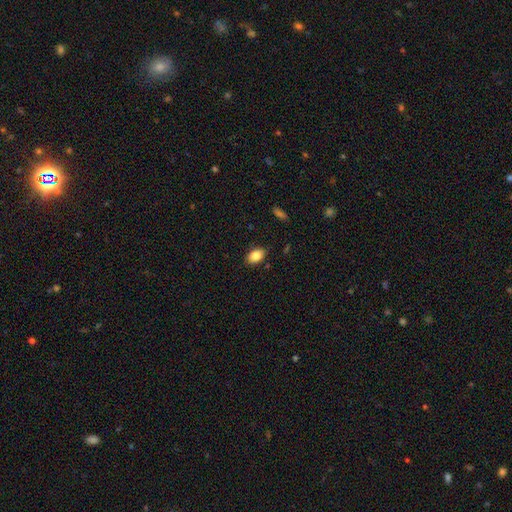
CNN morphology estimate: This appears to be a smooth galaxy with no disk features (84%) that is in between round and cigar-shaped (88%). Merging: none (86%).